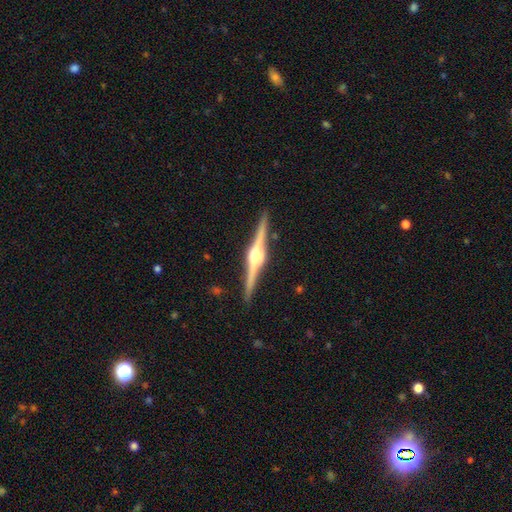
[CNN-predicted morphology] Smooth or featured: featured or disk — 87% (smooth — 8%)
Edge-on disk: yes — 99% (no — 1%)
Edge-on bulge: rounded — 92% (boxy — 6%)
Merging: none — 91% (minor disturbance — 6%)